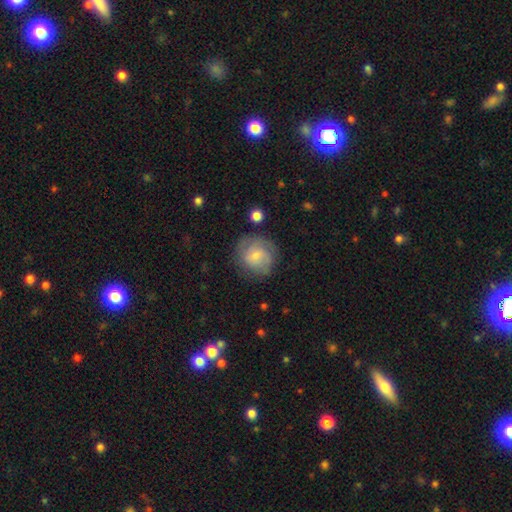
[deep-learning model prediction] The model was most divided on "smooth or featured" (2-way tie): featured or disk: 46%, smooth: 46%, star or artifact: 8%. More confident: merging — none (74%).